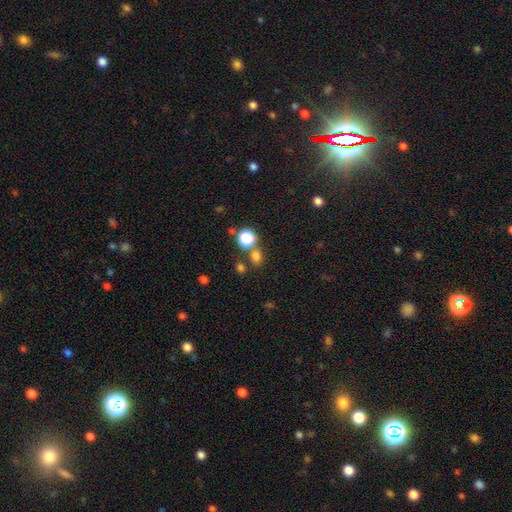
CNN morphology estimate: This appears to be a smooth galaxy with no disk features (75%) that is round (74%). Merging: none (68%).